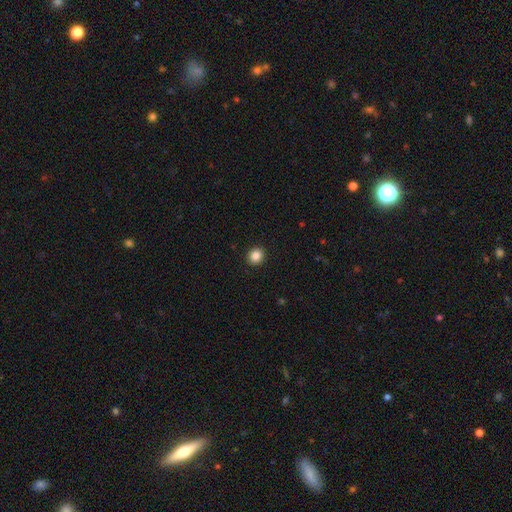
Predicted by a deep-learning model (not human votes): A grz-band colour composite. It shows a smooth galaxy with no disk features (86%) that is round (82%). Merging: none (93%).